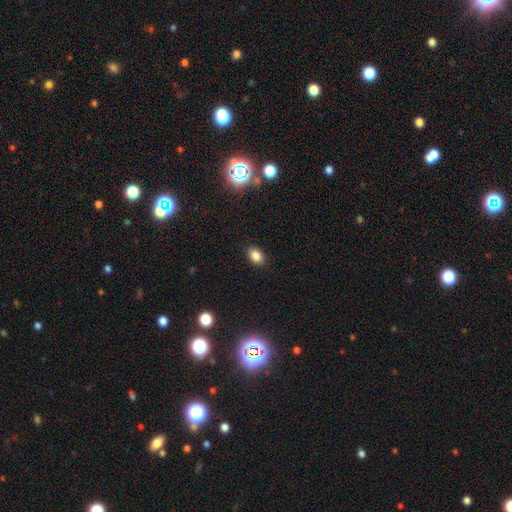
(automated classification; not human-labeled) Q: Smooth or featured?
A: smooth (84%); runner-up: star or artifact (11%)
Q: How rounded?
A: in between (80%); runner-up: round (19%)
Q: Merging?
A: none (89%); runner-up: minor disturbance (8%)